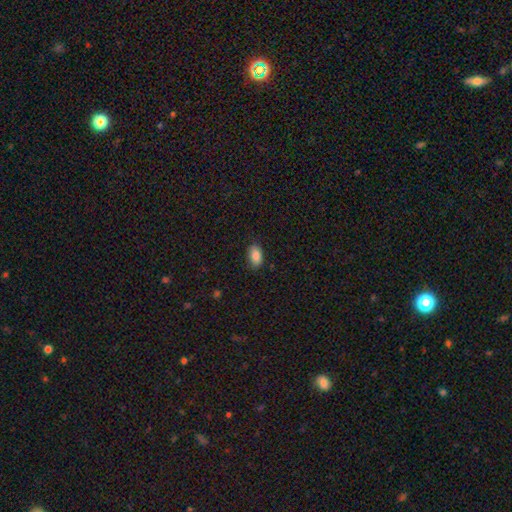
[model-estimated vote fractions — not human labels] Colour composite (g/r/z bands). It shows a smooth galaxy with no disk features (87%) that is in between round and cigar-shaped (92%). Merging: none (84%).